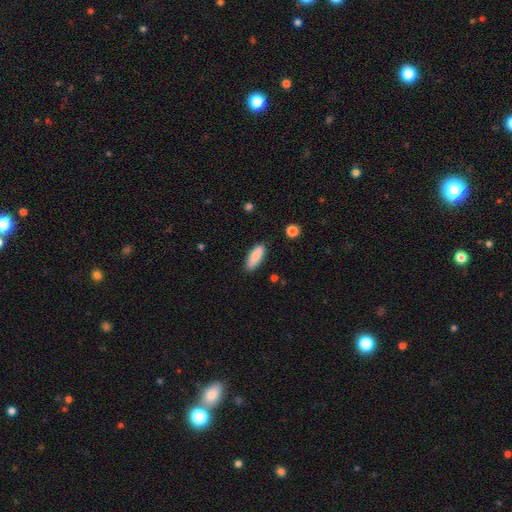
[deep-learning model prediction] Overall: smooth (84%). How rounded: in between (70%). Merging: none (83%).